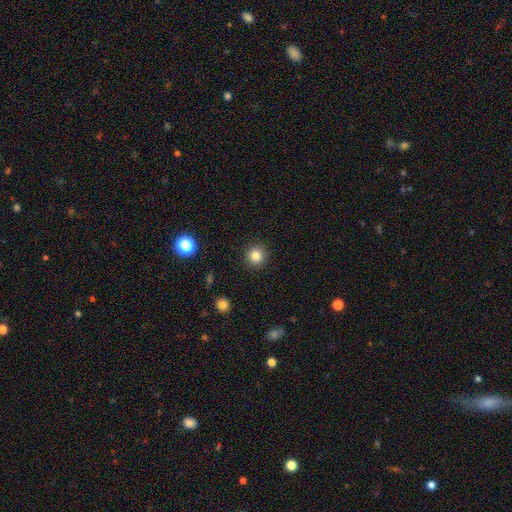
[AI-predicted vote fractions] Smooth or featured? Predicted: smooth (p=0.82). How rounded? Predicted: round (p=0.94). Merging? Predicted: none (p=0.92).